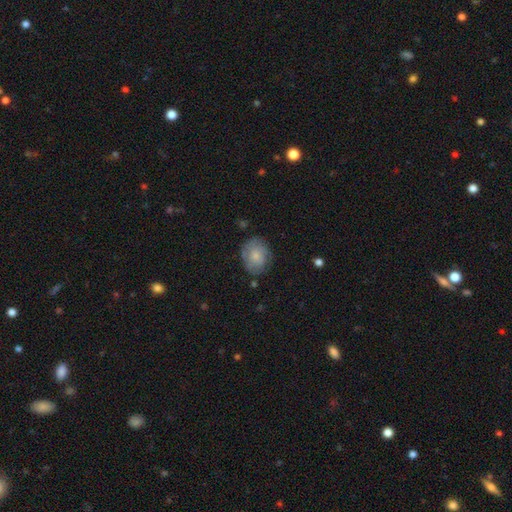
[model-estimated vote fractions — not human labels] Morphology: type=smooth (69%); roundness=round (54%); merging=none (70%).